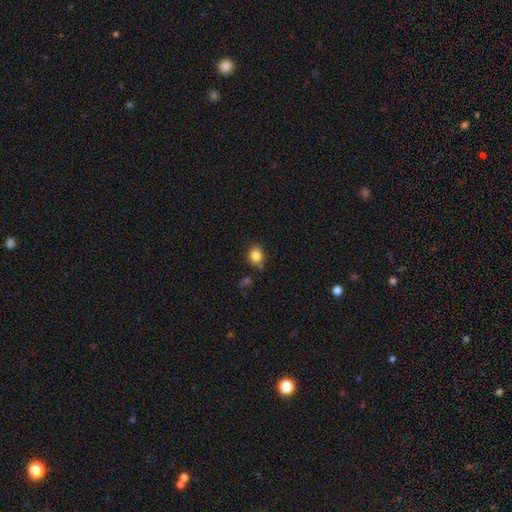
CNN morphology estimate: The model was most divided on "how rounded": round: 64%, in between: 35%, cigar-shaped: 1%. More confident: smooth or featured — smooth (83%); merging — none (75%).